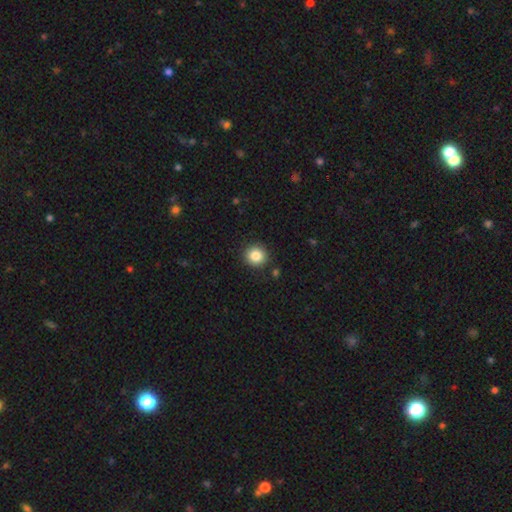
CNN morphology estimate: This appears to be a smooth galaxy with no disk features (85%) that is round (92%). Merging: none (90%).